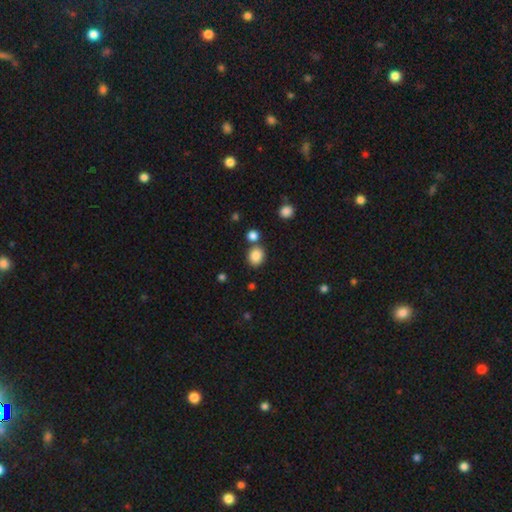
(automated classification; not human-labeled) Smooth or featured: smooth — 85% (star or artifact — 10%)
How rounded: round — 63% (in between — 36%)
Merging: none — 74% (merger — 13%)